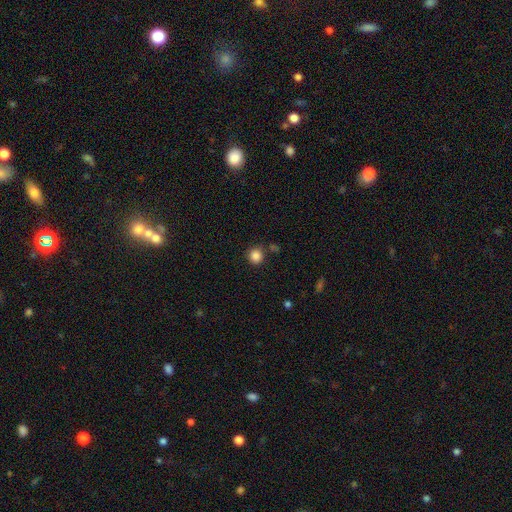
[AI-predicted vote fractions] Overall: smooth (86%). How rounded: round (91%). Merging: none (82%).